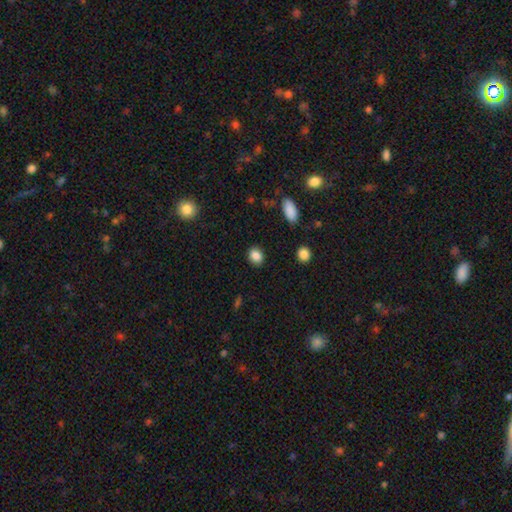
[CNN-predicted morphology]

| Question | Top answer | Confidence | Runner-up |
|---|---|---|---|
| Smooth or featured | smooth | 86% | star or artifact (9%) |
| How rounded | in between | 50% | round (49%) |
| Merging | none | 88% | minor disturbance (9%) |